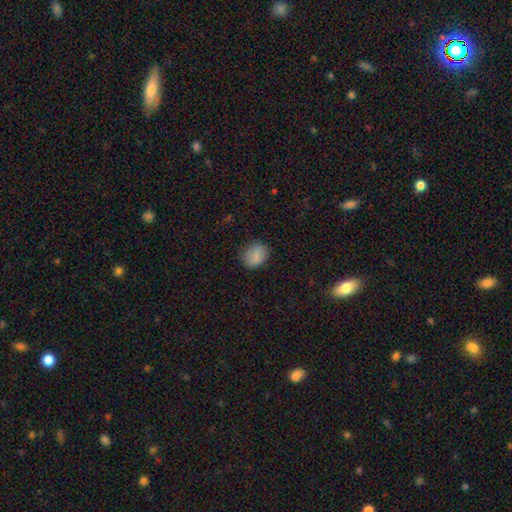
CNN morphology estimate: This is clearly a smooth galaxy (85%). How rounded: possibly round (55%). Merging: likely none (79%).